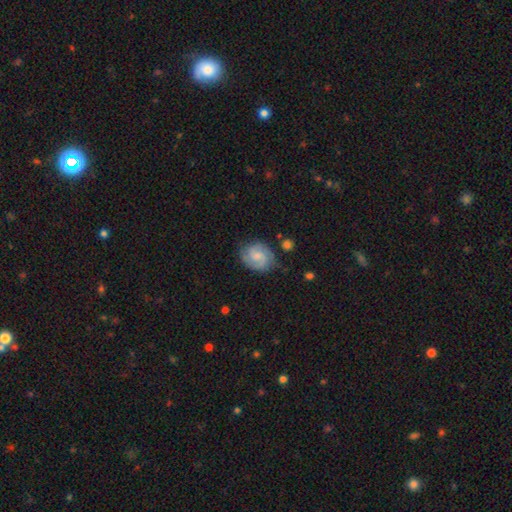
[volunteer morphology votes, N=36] This appears to be a featured or disk galaxy (81%) with a weak bar (54%), 2 (81%) medium (58%) spiral arms (93%) and a small central bulge (36%). Merging: none (74%).